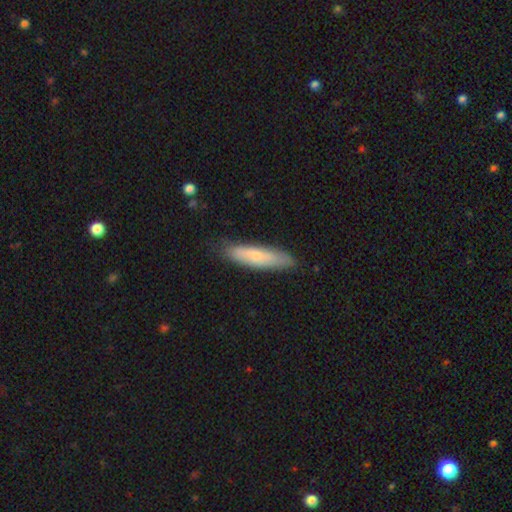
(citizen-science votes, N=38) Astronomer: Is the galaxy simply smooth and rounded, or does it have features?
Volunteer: smooth — 79%.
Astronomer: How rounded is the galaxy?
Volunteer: cigar-shaped — 67%.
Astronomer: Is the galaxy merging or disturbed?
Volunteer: none — 70%.